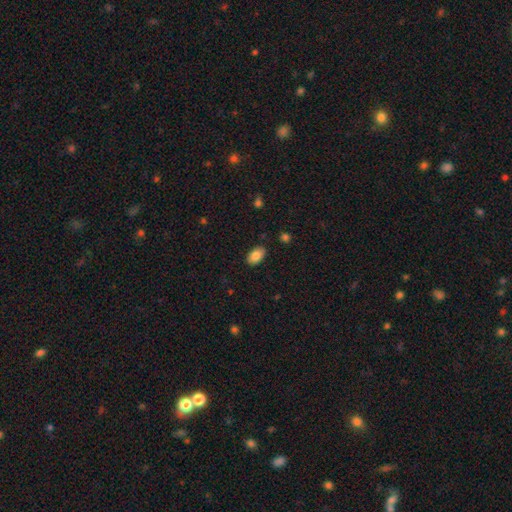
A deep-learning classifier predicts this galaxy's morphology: Smooth or featured? smooth (85%)
How rounded? in between (93%)
Merging? none (87%)